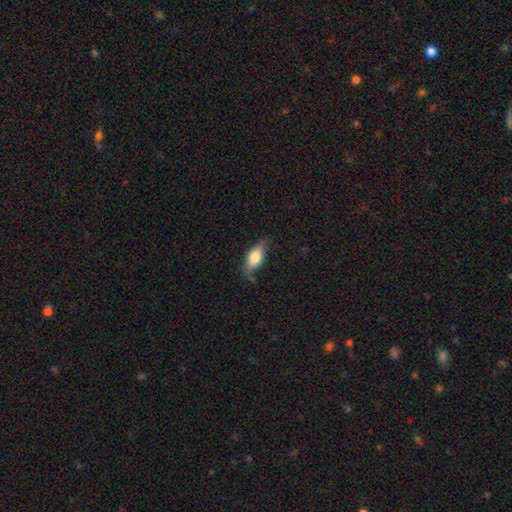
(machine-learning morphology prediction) The model was most divided on "smooth or featured": smooth: 71%, featured or disk: 22%, star or artifact: 7%. More confident: how rounded — in between (79%); merging — none (73%).